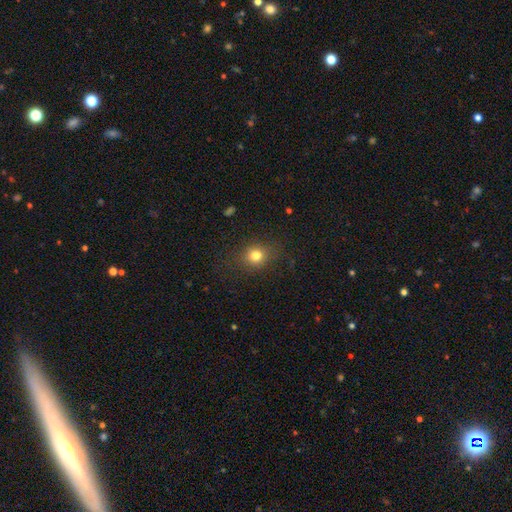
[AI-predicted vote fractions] smooth-or-featured: smooth: 79% | star or artifact: 13% | featured or disk: 8%
  how-rounded: round: 69% | in between: 29% | cigar-shaped: 1%
  merging: none: 81% | minor disturbance: 12% | major disturbance: 5% | merger: 1%